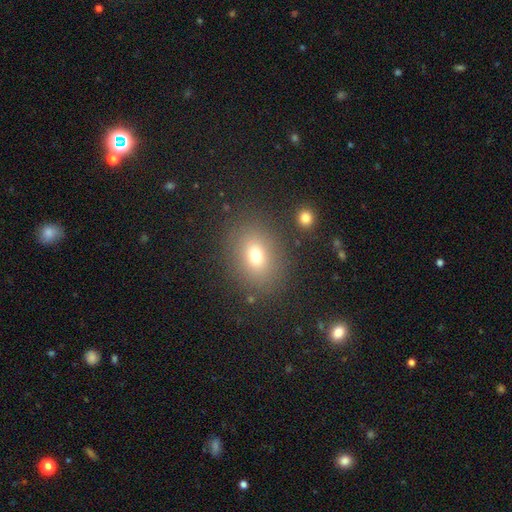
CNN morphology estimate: This appears to be a smooth galaxy with no disk features (72%) that is in between round and cigar-shaped (63%). Merging: none (84%).